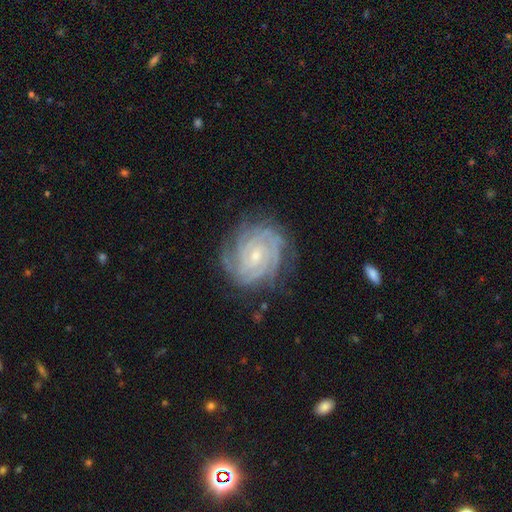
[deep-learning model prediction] A featured or disk galaxy (88%) with no bar (59%), can't tell (23%, tied with 4) tight (82%) spiral arms (98%) and a small central bulge (70%). Merging: none (79%).